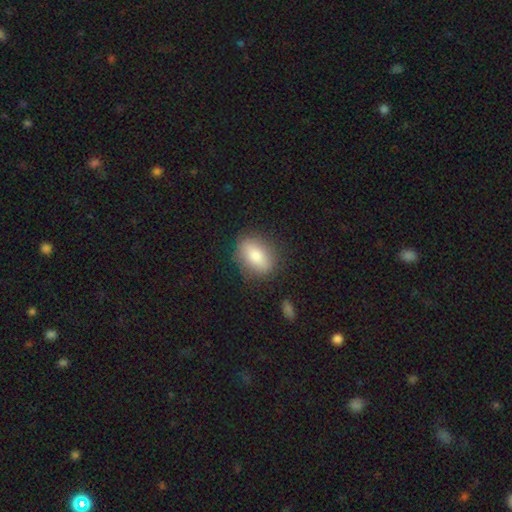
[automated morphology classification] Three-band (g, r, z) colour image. It shows a smooth galaxy with no disk features (80%) that is in between round and cigar-shaped (78%). Merging: none (81%).